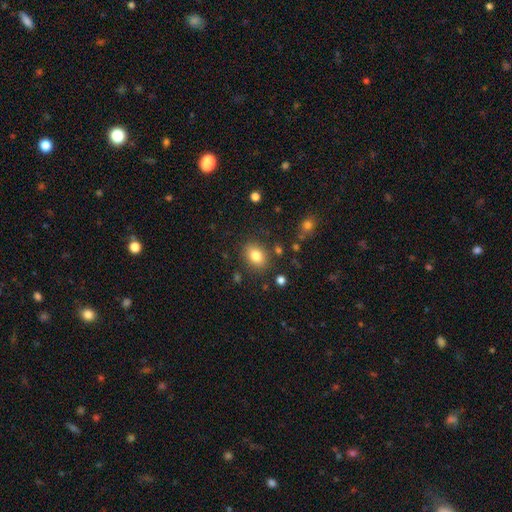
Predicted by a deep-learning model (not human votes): Morphology: type=smooth (81%); roundness=in between (59%); merging=none (83%).